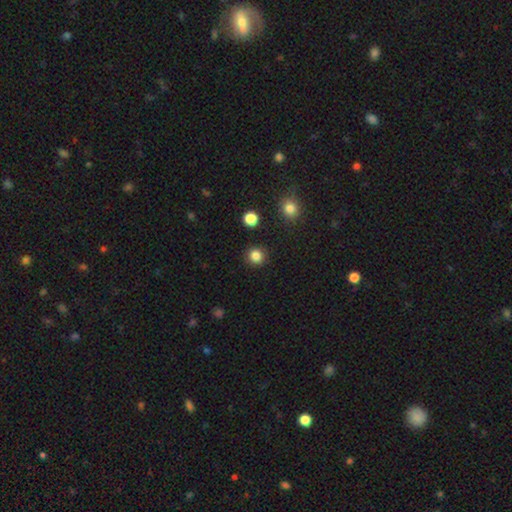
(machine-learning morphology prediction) A smooth galaxy with no disk features (84%) that is round (92%). Merging: none (91%).